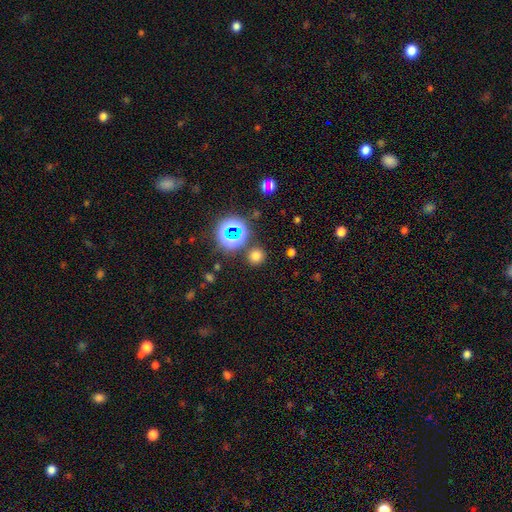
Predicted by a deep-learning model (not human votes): A smooth galaxy with no disk features (69%) that is round (89%). Merging: none (86%).